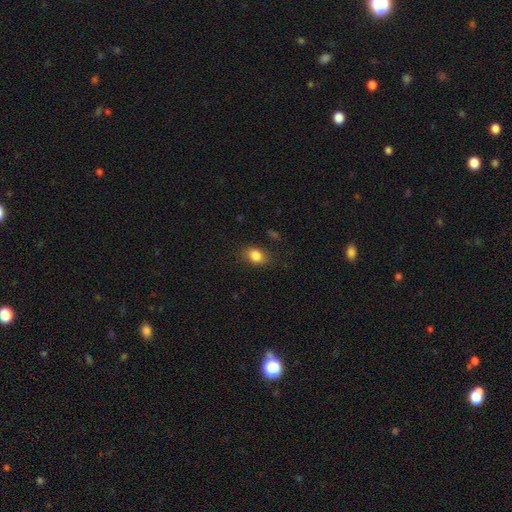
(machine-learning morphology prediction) smooth_or_featured: smooth (p=0.84) [alt: star or artifact p=0.09]
how_rounded: in between (p=0.72) [alt: round p=0.27]
merging: none (p=0.81) [alt: minor disturbance p=0.14]